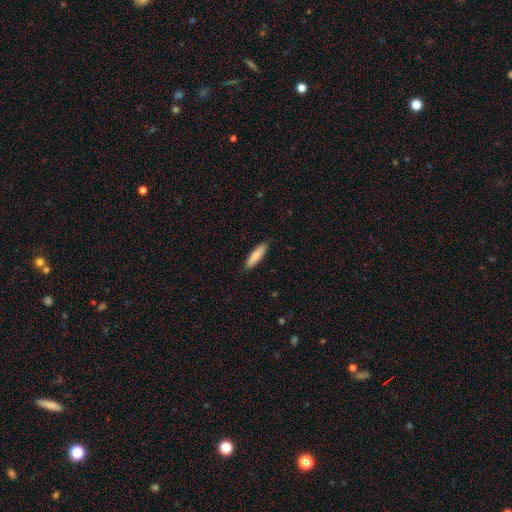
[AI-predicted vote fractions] Smooth or featured? Predicted: smooth (p=0.83). How rounded? Predicted: cigar-shaped (p=0.71). Merging? Predicted: none (p=0.89).